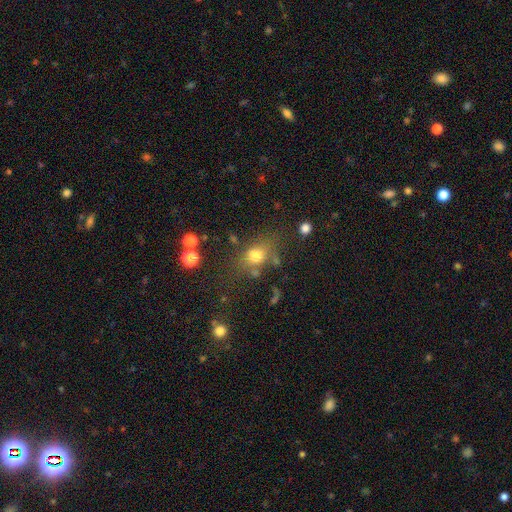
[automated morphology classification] Overall: smooth (72%). How rounded: in between (53%; round 45%). Merging: none (60%).